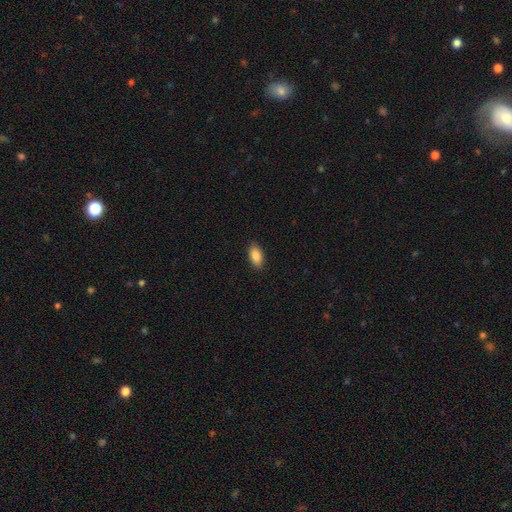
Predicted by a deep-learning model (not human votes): Smooth or featured? smooth (88%)
How rounded? in between (92%)
Merging? none (90%)